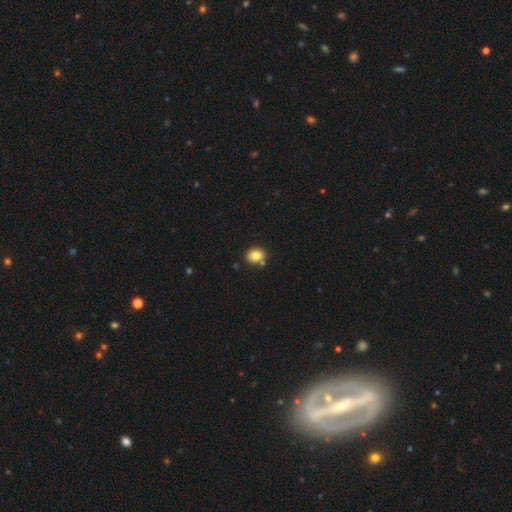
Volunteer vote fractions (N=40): Smooth or featured?
  - smooth: 85% *
  - star or artifact: 10%
  - featured or disk: 5%
How rounded?
  - in between: 56% *
  - round: 44%
  - cigar-shaped: 0%
Merging?
  - none: 72% *
  - merger: 14%
  - minor disturbance: 11%
  - major disturbance: 3%